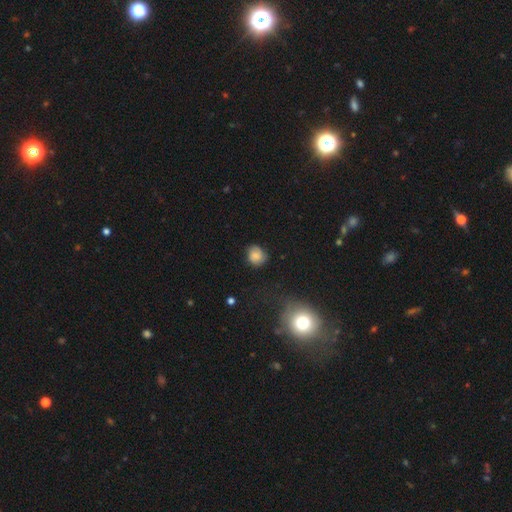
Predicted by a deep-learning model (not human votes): smooth_or_featured: smooth (p=0.75) [alt: featured or disk p=0.14]
how_rounded: round (p=0.77) [alt: in between p=0.22]
merging: none (p=0.70) [alt: minor disturbance p=0.23]